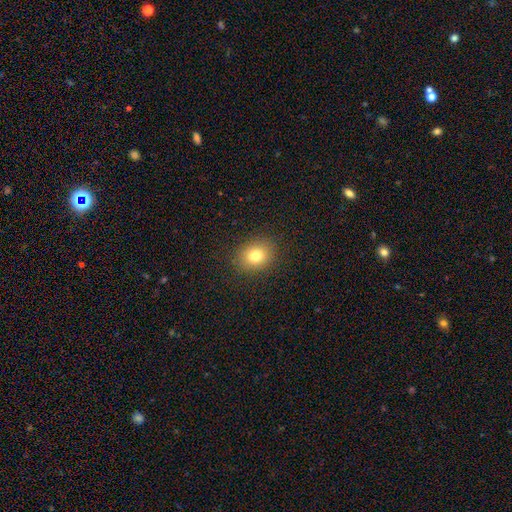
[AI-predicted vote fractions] This appears to be a smooth galaxy with no disk features (79%) that is round (56%). Merging: none (88%).